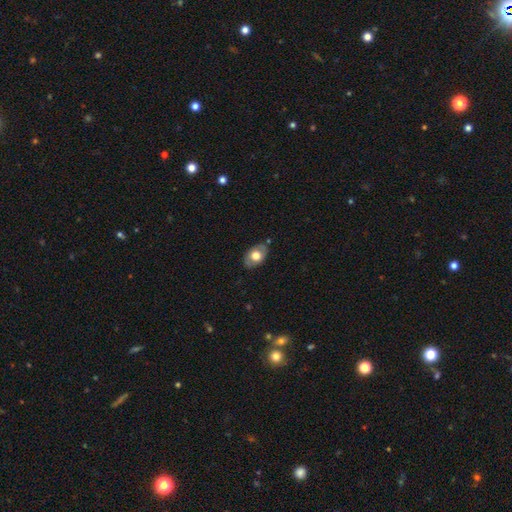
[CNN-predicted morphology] smooth_or_featured: smooth (p=0.60) [alt: featured or disk p=0.33]
how_rounded: in between (p=0.84) [alt: round p=0.14]
merging: none (p=0.77) [alt: minor disturbance p=0.17]